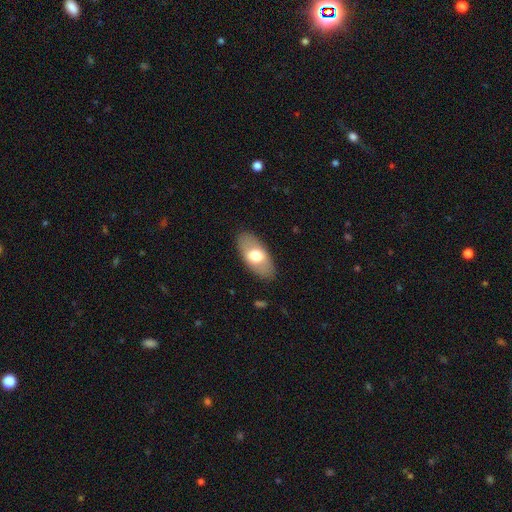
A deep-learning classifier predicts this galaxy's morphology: Smooth or featured? smooth (64%)
How rounded? in between (91%)
Merging? none (86%)